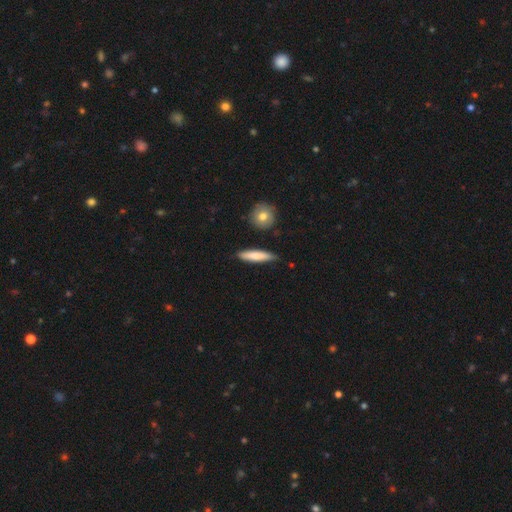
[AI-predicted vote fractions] A smooth galaxy with no disk features (76%) that is cigar-shaped (84%). Merging: none (85%).